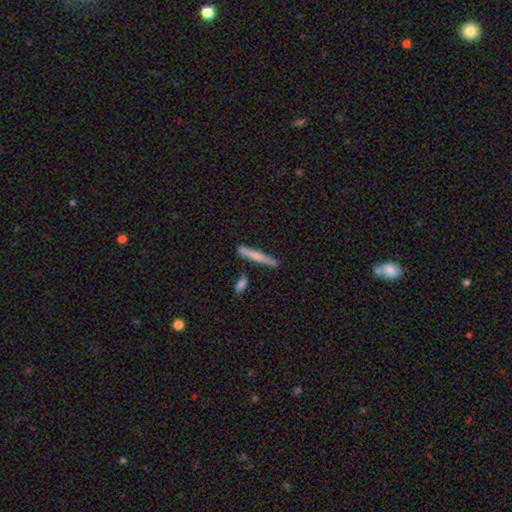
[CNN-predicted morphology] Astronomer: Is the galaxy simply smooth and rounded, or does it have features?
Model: smooth — 66%.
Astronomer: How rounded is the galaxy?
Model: cigar-shaped — 95%.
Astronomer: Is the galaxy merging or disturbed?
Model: none — 78%.